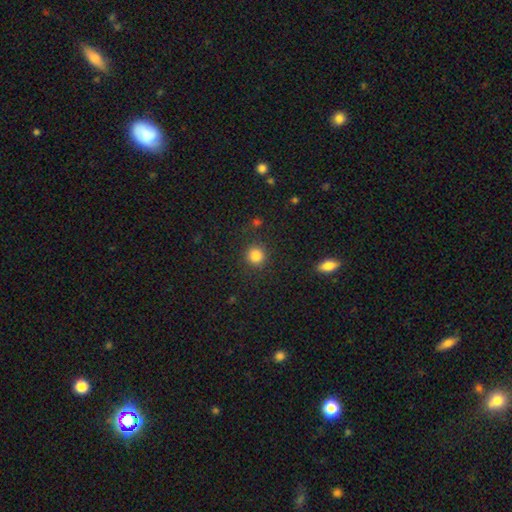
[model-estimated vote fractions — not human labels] Smooth or featured?
  - smooth: 84% *
  - star or artifact: 11%
  - featured or disk: 4%
How rounded?
  - round: 92% *
  - in between: 7%
  - cigar-shaped: 1%
Merging?
  - none: 88% *
  - minor disturbance: 7%
  - major disturbance: 3%
  - merger: 2%